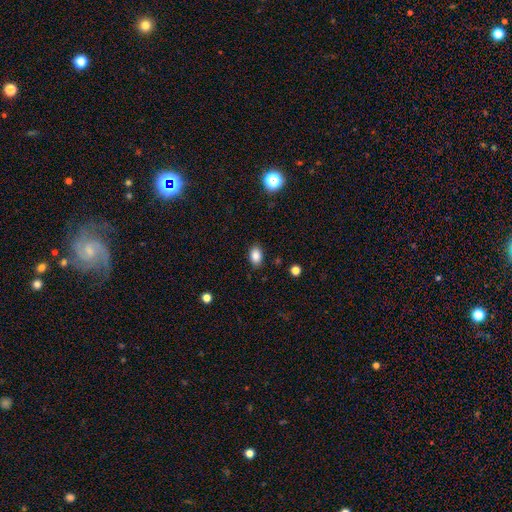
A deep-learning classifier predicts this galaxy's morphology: This is clearly a smooth galaxy (86%). How rounded: clearly in between (84%). Merging: clearly none (86%).